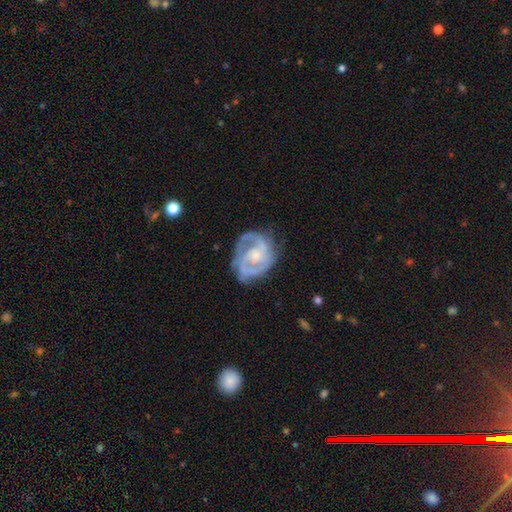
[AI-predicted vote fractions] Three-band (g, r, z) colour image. It shows a featured or disk galaxy (87%) with no bar (60%), 2 (53%) tight (46%) spiral arms (96%) and a small central bulge (58%). Merging: none (66%).